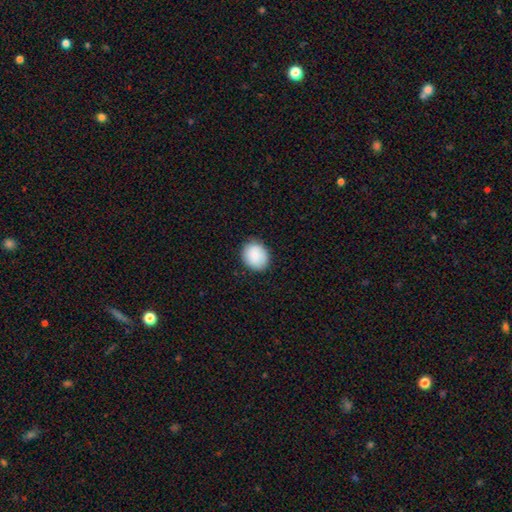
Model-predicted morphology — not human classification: Q: Smooth or featured?
A: smooth (88%); runner-up: star or artifact (7%)
Q: How rounded?
A: round (66%); runner-up: in between (33%)
Q: Merging?
A: none (86%); runner-up: minor disturbance (11%)